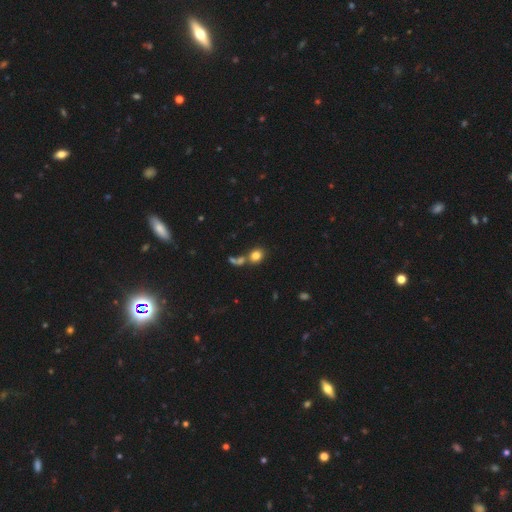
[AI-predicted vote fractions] Smooth or featured? Predicted: smooth (p=0.80). How rounded? Predicted: round (p=0.63). Merging? Predicted: none (p=0.56).